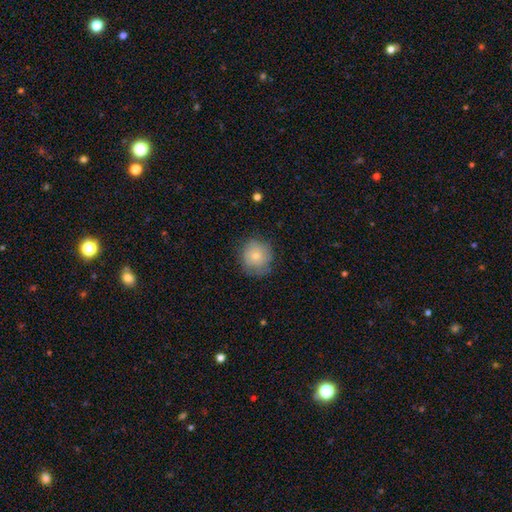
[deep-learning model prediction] Smooth or featured? Predicted: smooth (p=0.68). How rounded? Predicted: round (p=0.91). Merging? Predicted: none (p=0.74).